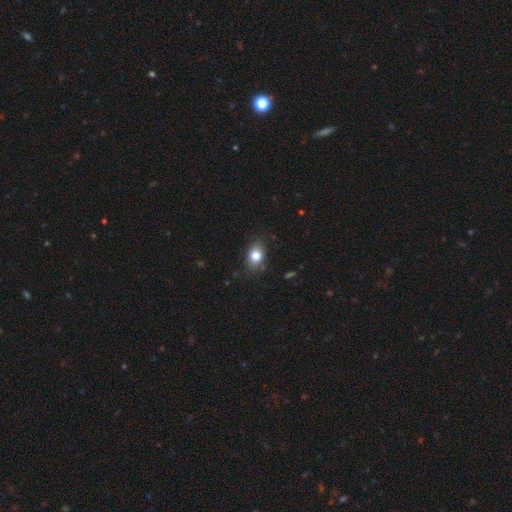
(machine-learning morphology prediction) Q: Smooth or featured?
A: smooth (79%); runner-up: featured or disk (11%)
Q: How rounded?
A: in between (71%); runner-up: round (28%)
Q: Merging?
A: none (80%); runner-up: minor disturbance (15%)